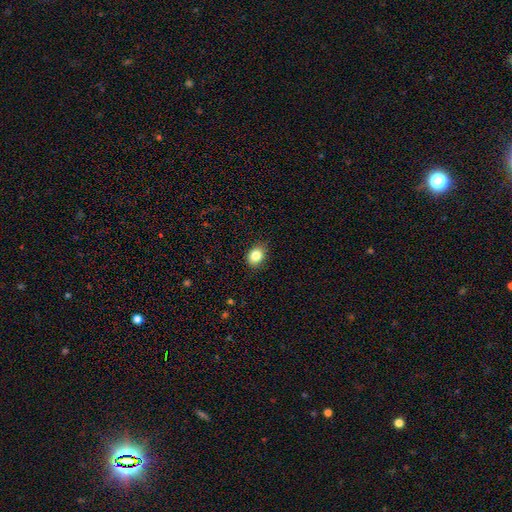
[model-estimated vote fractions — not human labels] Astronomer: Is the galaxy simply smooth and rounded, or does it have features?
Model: smooth — 84%.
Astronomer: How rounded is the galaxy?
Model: in between — 56% (runner-up: round, 43%).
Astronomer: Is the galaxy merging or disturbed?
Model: none — 85%.